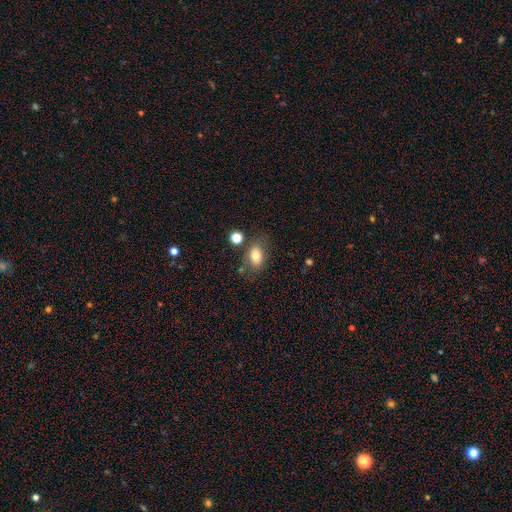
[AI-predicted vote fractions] Morphology: type=smooth (76%); roundness=in between (77%); merging=none (68%).